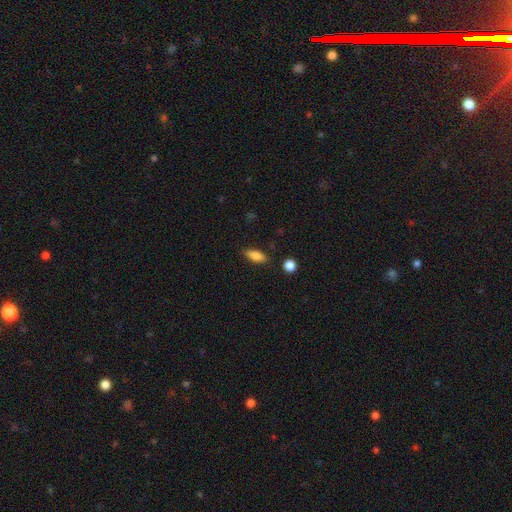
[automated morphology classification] Smooth or featured: smooth — 79% (featured or disk — 14%)
How rounded: in between — 68% (cigar-shaped — 29%)
Merging: none — 85% (minor disturbance — 10%)